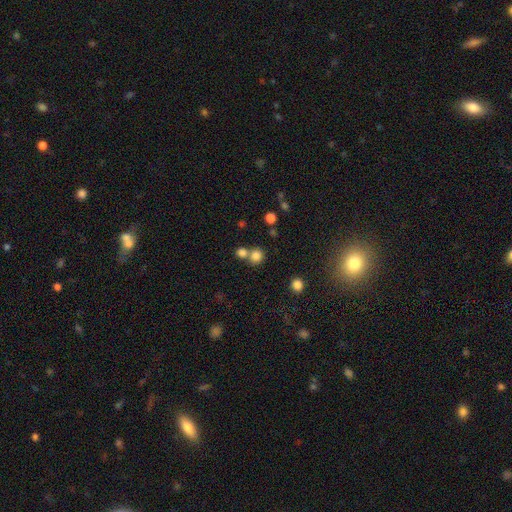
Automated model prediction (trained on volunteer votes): Q: Smooth or featured?
A: smooth (80%); runner-up: star or artifact (14%)
Q: How rounded?
A: round (88%); runner-up: in between (11%)
Q: Merging?
A: none (55%); runner-up: merger (36%)